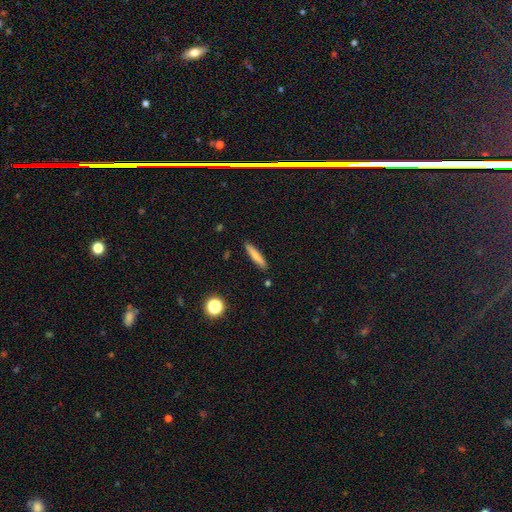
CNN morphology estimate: smooth 73%, featured or disk 19%, star or artifact 8%. Down the decision tree: how rounded — cigar-shaped (90%); merging — none (89%).